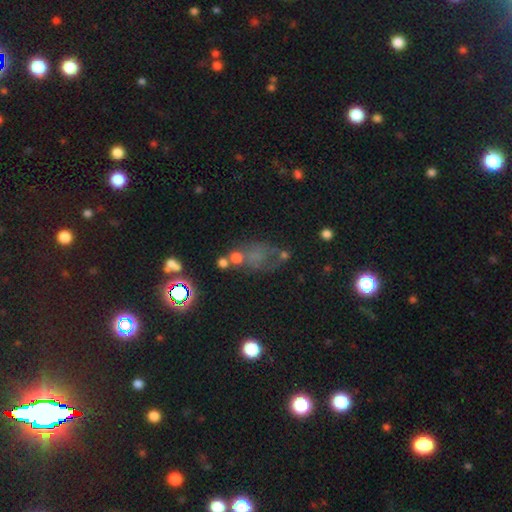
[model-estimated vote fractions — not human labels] This appears to be a smooth galaxy with no disk features (41%). Merging: none (41%).